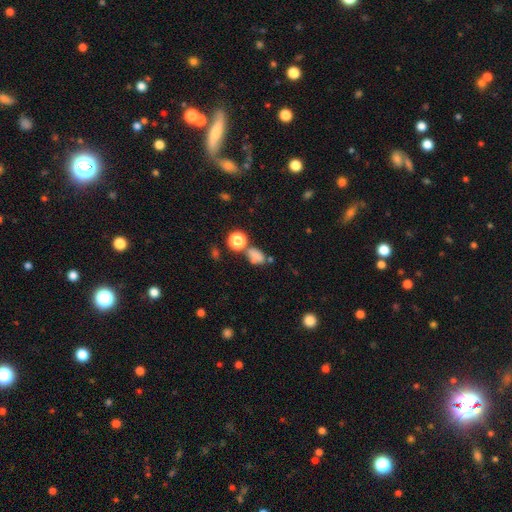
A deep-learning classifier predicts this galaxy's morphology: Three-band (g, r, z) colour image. It shows a smooth galaxy with no disk features (74%) that is in between round and cigar-shaped (68%). Merging: none (45%).